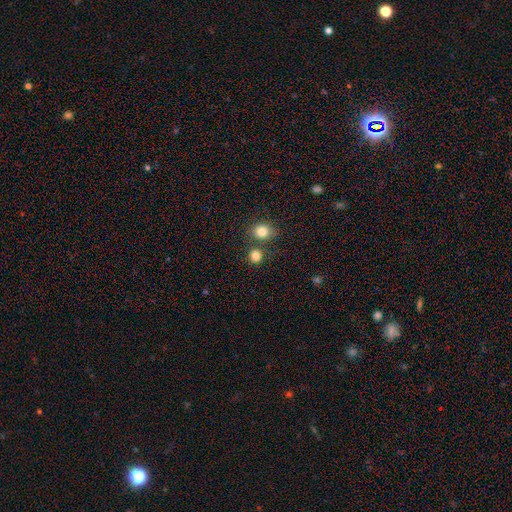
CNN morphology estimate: Smooth or featured? Predicted: smooth (p=0.83). How rounded? Predicted: round (p=0.86). Merging? Predicted: none (p=0.71).